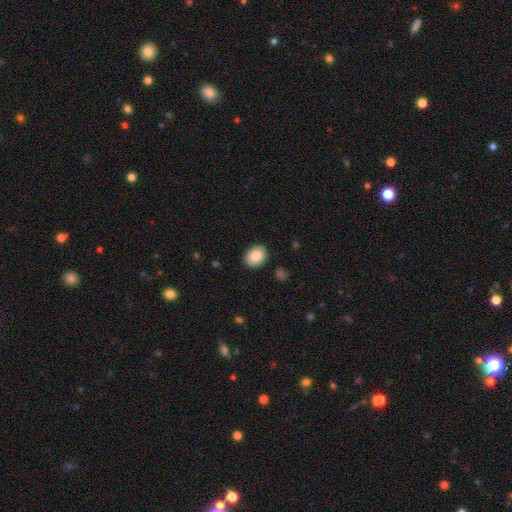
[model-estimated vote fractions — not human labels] Smooth or featured: smooth — 86% (star or artifact — 7%)
How rounded: in between — 62% (round — 37%)
Merging: none — 89% (minor disturbance — 8%)